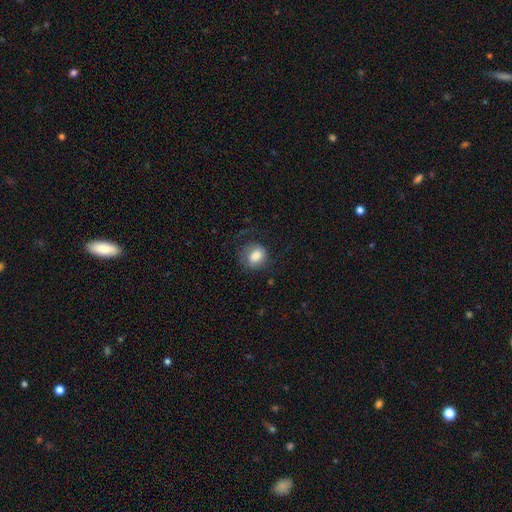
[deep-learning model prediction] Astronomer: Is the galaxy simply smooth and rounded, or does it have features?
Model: smooth — 76%.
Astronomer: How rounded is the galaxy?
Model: round — 58% (runner-up: in between, 41%).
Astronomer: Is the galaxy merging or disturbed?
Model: none — 61%.